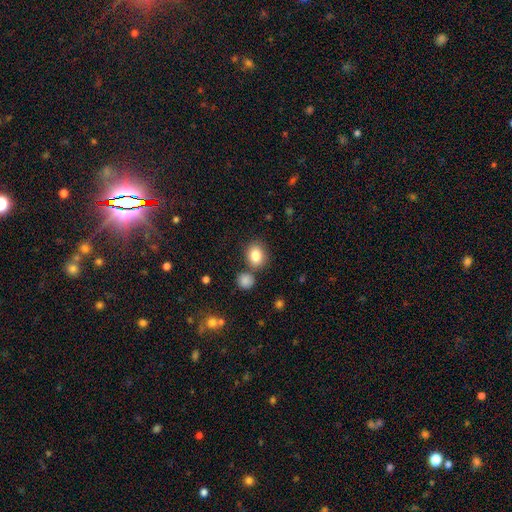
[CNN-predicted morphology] smooth_or_featured: smooth (p=0.82) [alt: star or artifact p=0.10]
how_rounded: round (p=0.59) [alt: in between p=0.40]
merging: none (p=0.73) [alt: merger p=0.13]